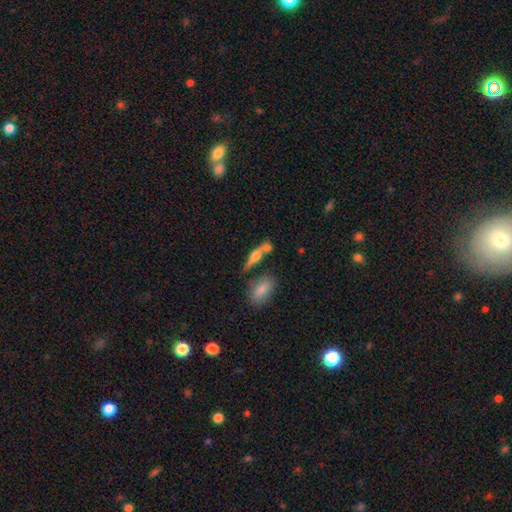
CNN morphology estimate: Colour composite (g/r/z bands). It shows a smooth galaxy with no disk features (48%). Merging: none (53%).